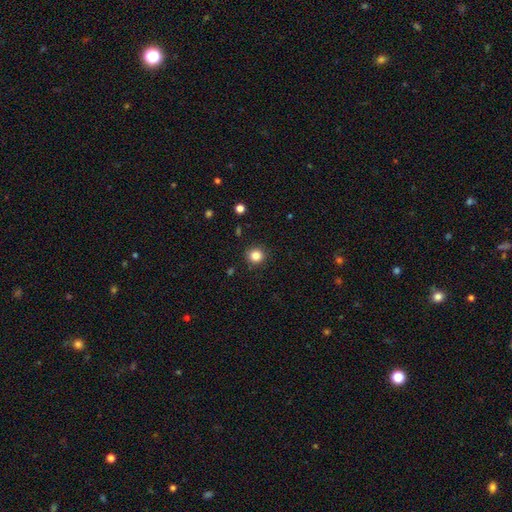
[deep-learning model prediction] Overall: smooth (84%). How rounded: round (91%). Merging: none (90%).